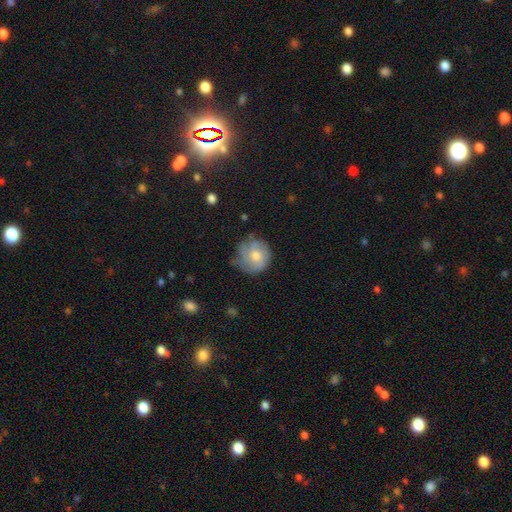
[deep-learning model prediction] A smooth galaxy with no disk features (47%).

Vote fractions:
- Smooth or featured? smooth: 47% / featured or disk: 43% / star or artifact: 9%
- Merging? none: 62% / minor disturbance: 27% / major disturbance: 9% / merger: 2%